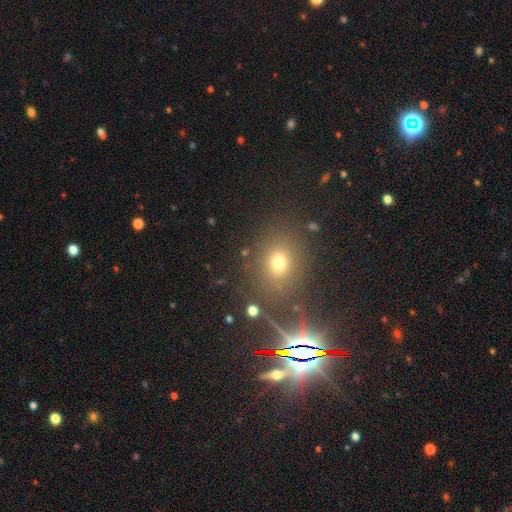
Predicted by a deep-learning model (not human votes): This is possibly a star or artifact rather than a galaxy (49%).